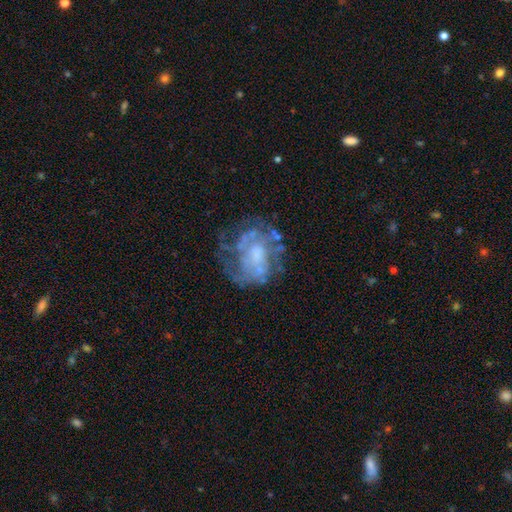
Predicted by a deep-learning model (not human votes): smooth-or-featured: featured or disk: 74% | smooth: 16% | star or artifact: 10%
  disk-edge-on: no: 98% | yes: 2%
    bar: no: 74% | weak: 22% | strong: 5%
    has-spiral-arms: yes: 57% | no: 43%
    bulge-size: moderate: 35% | none: 26% | small: 25% | large: 11% | dominant: 2%
  merging: none: 56% | major disturbance: 21% | minor disturbance: 20% | merger: 3%